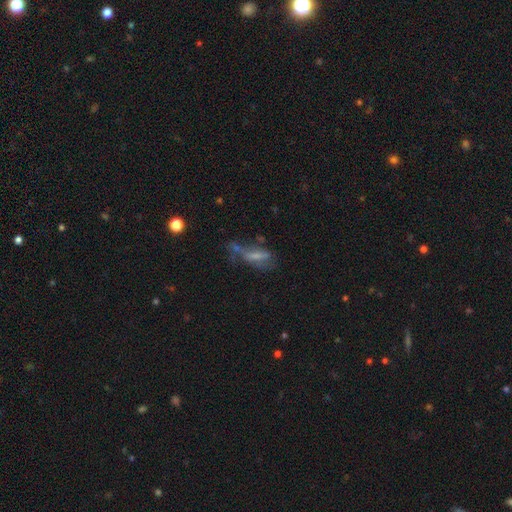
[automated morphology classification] smooth-or-featured: featured or disk: 44% | smooth: 42% | star or artifact: 15%
  merging: major disturbance: 34% | none: 30% | minor disturbance: 23% | merger: 13%